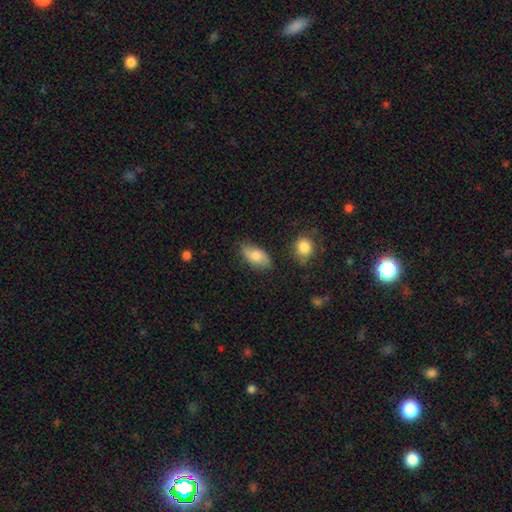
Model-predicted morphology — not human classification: type=smooth (71%); roundness=in between (91%); merging=none (74%).